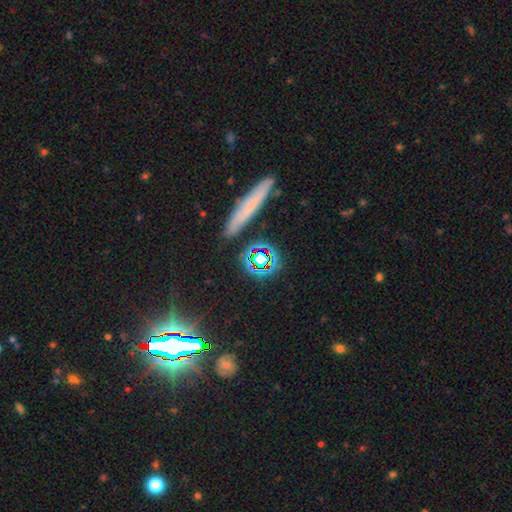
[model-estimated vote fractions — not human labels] This appears to be a star or artifact, not a galaxy (39%).